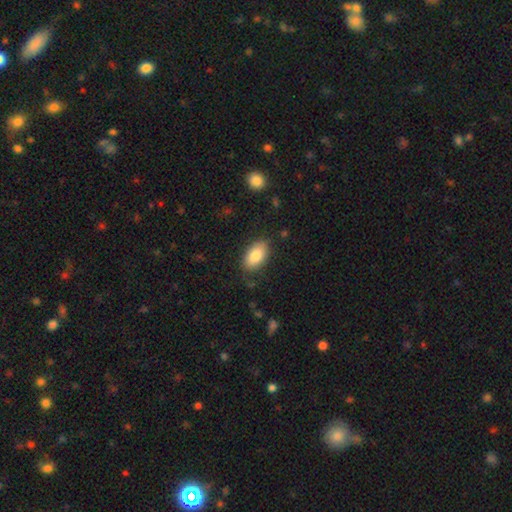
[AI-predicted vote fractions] smooth_or_featured: smooth (p=0.84) [alt: featured or disk p=0.09]
how_rounded: in between (p=0.93) [alt: round p=0.04]
merging: none (p=0.82) [alt: minor disturbance p=0.13]